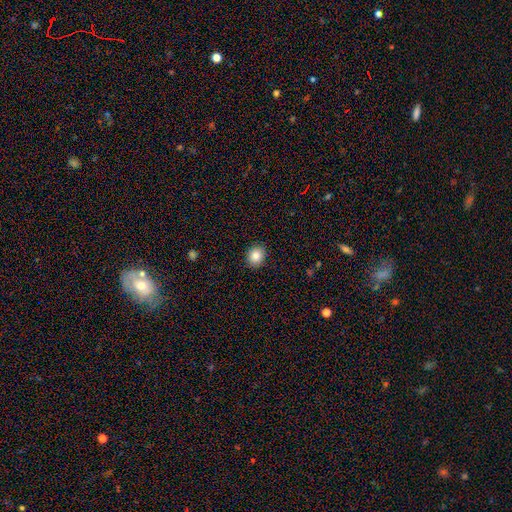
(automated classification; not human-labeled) Morphology: type=smooth (85%); roundness=round (68%); merging=none (90%).